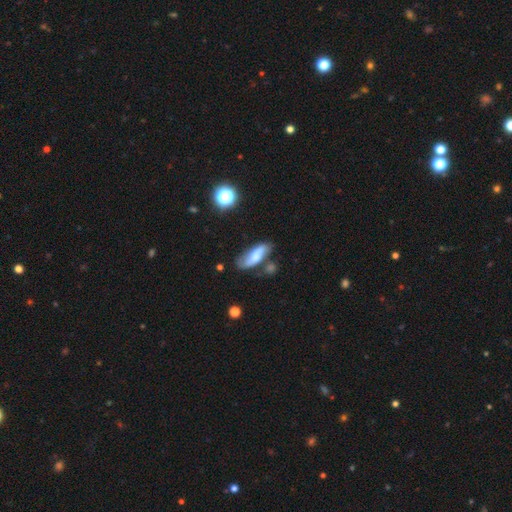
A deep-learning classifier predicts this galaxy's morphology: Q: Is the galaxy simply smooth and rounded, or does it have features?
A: smooth — 49%.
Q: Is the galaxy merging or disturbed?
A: none — 55%.